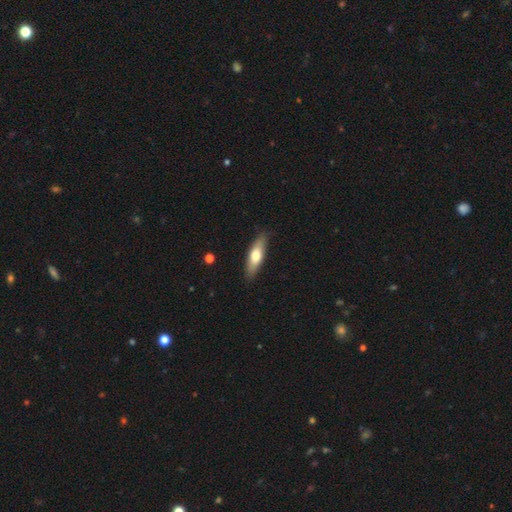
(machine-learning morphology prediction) Overall: smooth (62%; featured or disk 33%). How rounded: cigar-shaped (53%; in between 44%). Merging: none (85%).